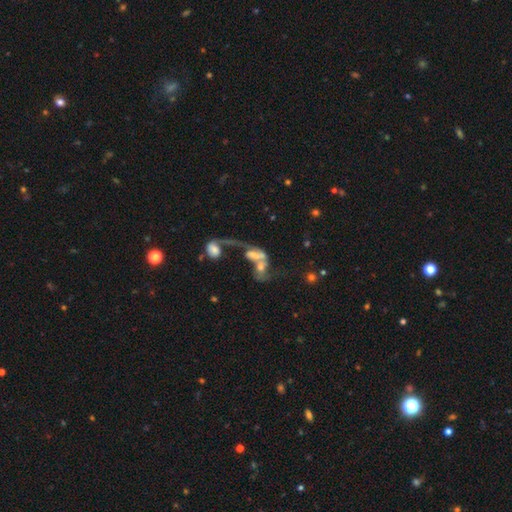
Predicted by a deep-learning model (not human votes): Q: Smooth or featured?
A: featured or disk (54%); runner-up: smooth (34%)
Q: Edge-on disk?
A: no (93%); runner-up: yes (7%)
Q: Bar?
A: no (59%); runner-up: weak (26%)
Q: Spiral arms?
A: yes (55%); runner-up: no (45%)
Q: Bulge size?
A: none (29%); tied with: moderate (29%)
Q: Merging?
A: merger (71%); runner-up: major disturbance (16%)